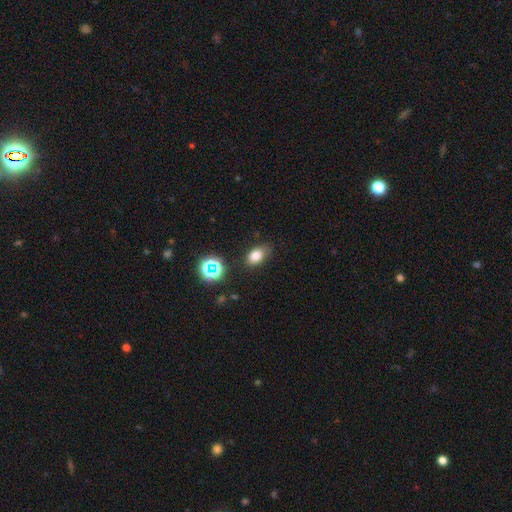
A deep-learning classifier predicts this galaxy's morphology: Q: Smooth or featured?
A: smooth (78%); runner-up: star or artifact (14%)
Q: How rounded?
A: in between (83%); runner-up: round (15%)
Q: Merging?
A: none (80%); runner-up: minor disturbance (14%)